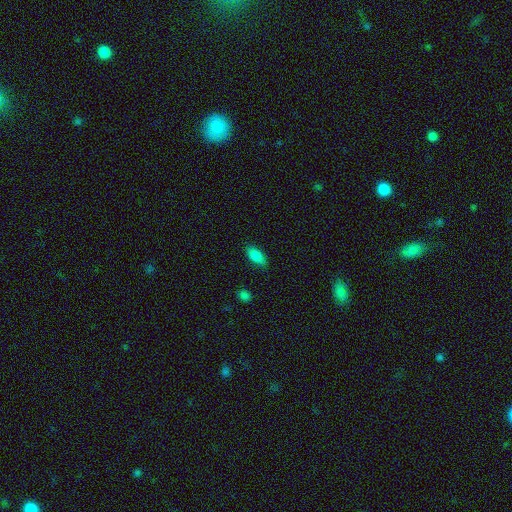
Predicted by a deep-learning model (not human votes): Smooth or featured?
  - smooth: 85% *
  - star or artifact: 8%
  - featured or disk: 7%
How rounded?
  - in between: 88% *
  - cigar-shaped: 10%
  - round: 3%
Merging?
  - none: 84% *
  - minor disturbance: 12%
  - major disturbance: 3%
  - merger: 1%